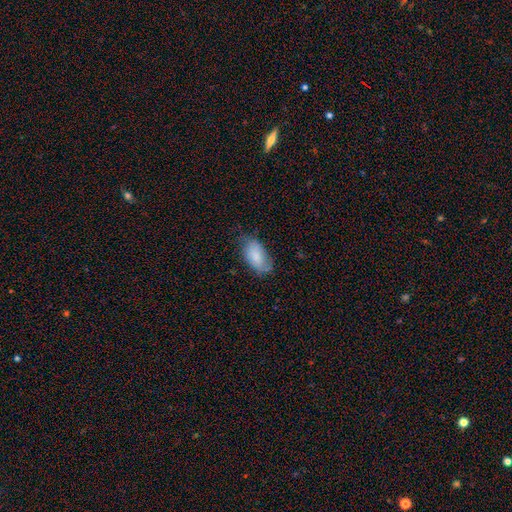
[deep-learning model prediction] Morphology: type=smooth (81%); roundness=in between (94%); merging=none (60%).